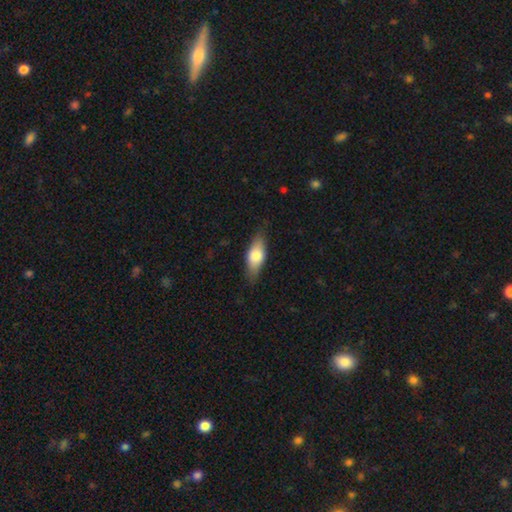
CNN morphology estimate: type=smooth (73%); roundness=in between (77%); merging=none (79%).